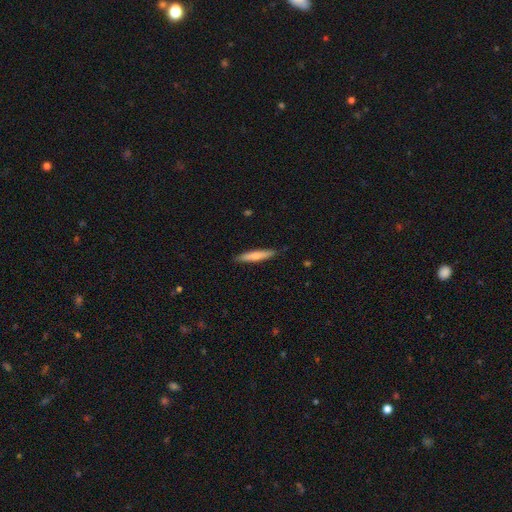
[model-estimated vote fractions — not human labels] Overall: smooth (69%). How rounded: cigar-shaped (91%). Merging: none (89%).